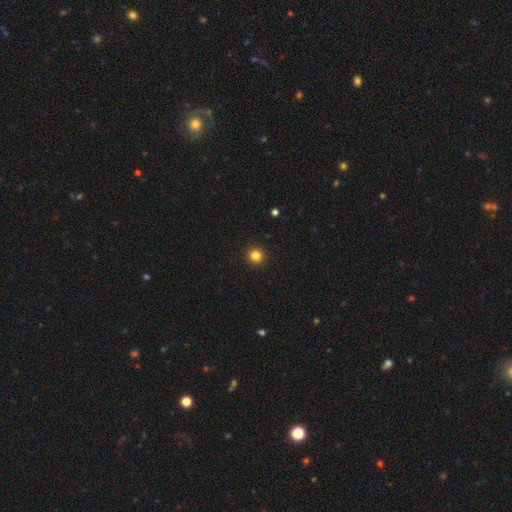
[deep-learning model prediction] A smooth galaxy with no disk features (83%) that is round (95%). Merging: none (93%).